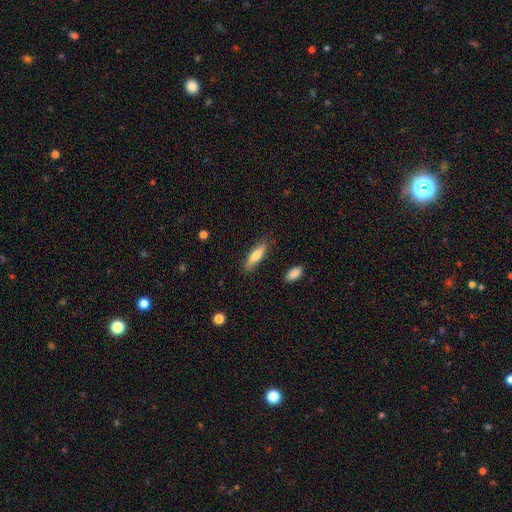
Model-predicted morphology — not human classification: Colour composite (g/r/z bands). It shows a smooth galaxy with no disk features (73%) that is cigar-shaped (65%). Merging: none (83%).